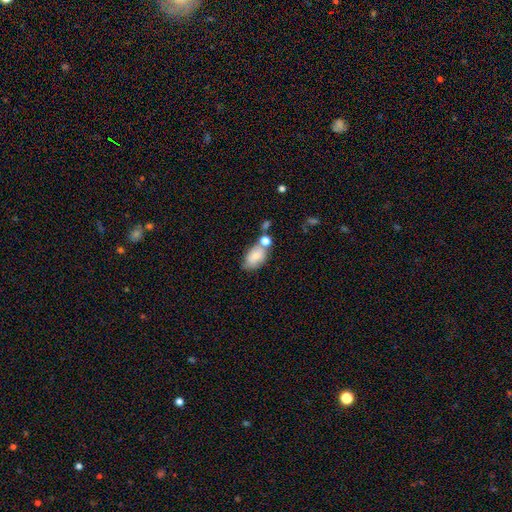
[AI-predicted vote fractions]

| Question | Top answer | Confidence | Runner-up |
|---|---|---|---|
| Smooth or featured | smooth | 71% | featured or disk (21%) |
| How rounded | in between | 87% | round (11%) |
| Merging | none | 44% | merger (30%) |